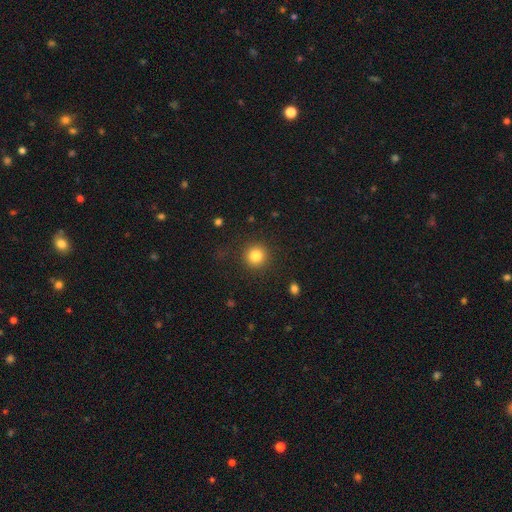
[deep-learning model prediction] smooth_or_featured: smooth (p=0.83) [alt: star or artifact p=0.11]
how_rounded: round (p=0.93) [alt: in between p=0.06]
merging: none (p=0.90) [alt: minor disturbance p=0.06]